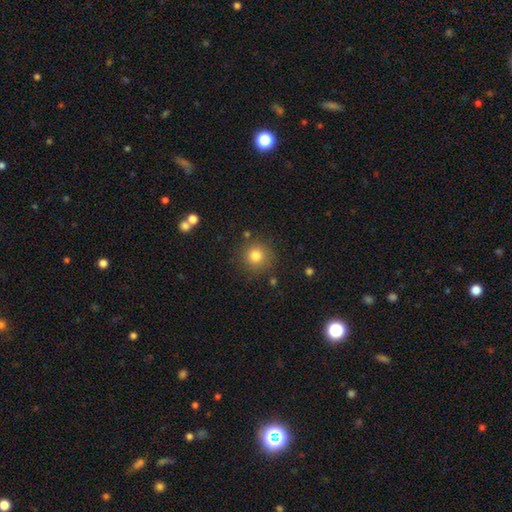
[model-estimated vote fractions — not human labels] This is clearly a smooth galaxy (80%). How rounded: clearly round (94%). Merging: clearly none (86%).